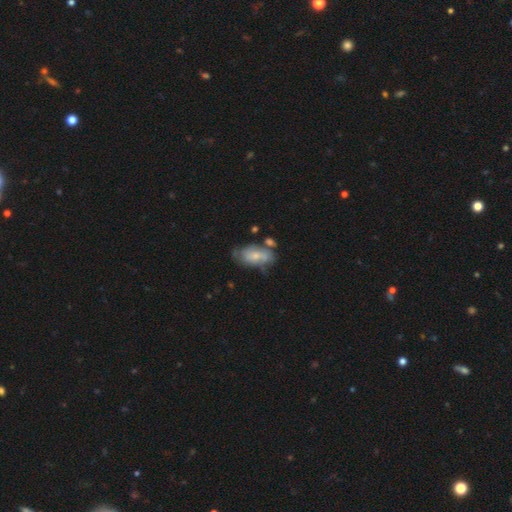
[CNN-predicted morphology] A smooth galaxy with no disk features (53%) that is in between round and cigar-shaped (89%). Merging: none (47%).